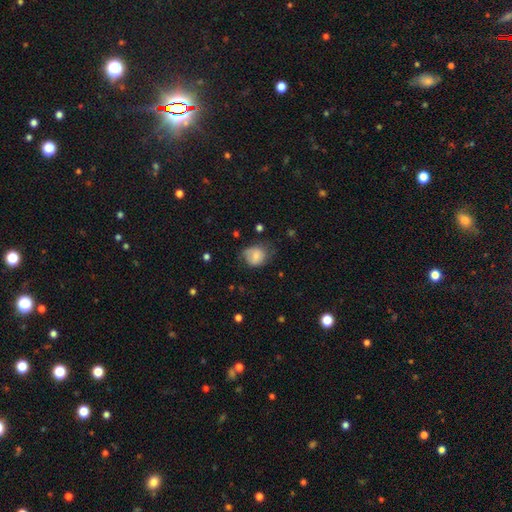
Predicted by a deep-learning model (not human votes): smooth-or-featured: smooth: 73% | featured or disk: 19% | star or artifact: 8%
  how-rounded: round: 60% | in between: 40% | cigar-shaped: 1%
  merging: none: 49% | minor disturbance: 34% | major disturbance: 15% | merger: 2%